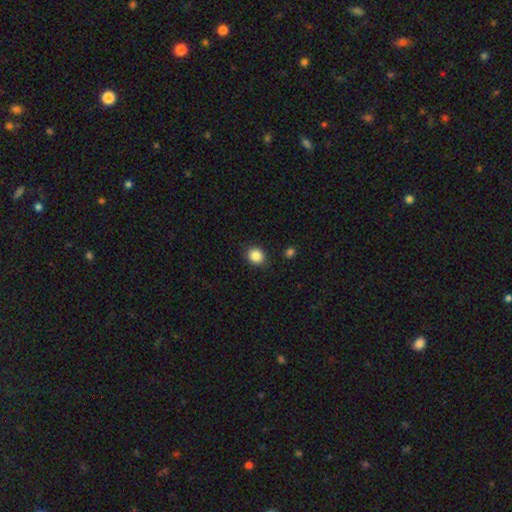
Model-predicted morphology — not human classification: smooth-or-featured: smooth: 86% | star or artifact: 9% | featured or disk: 4%
  how-rounded: round: 68% | in between: 31% | cigar-shaped: 1%
  merging: none: 88% | minor disturbance: 8% | major disturbance: 2% | merger: 2%